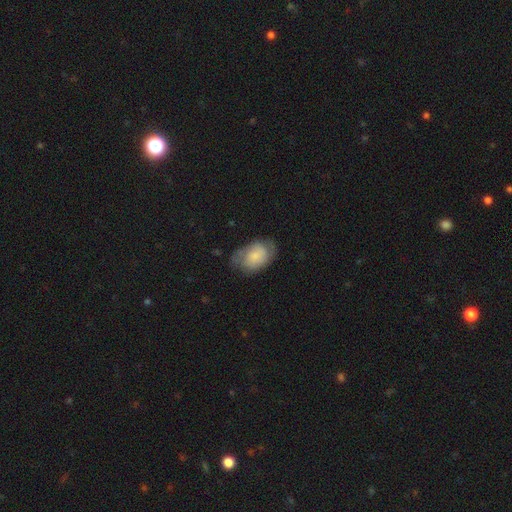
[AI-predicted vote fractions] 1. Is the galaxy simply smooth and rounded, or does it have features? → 67% smooth, 26% featured or disk, 7% star or artifact.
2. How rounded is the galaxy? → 86% in between, 12% round, 1% cigar-shaped.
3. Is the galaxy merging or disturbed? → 56% none, 30% minor disturbance, 12% major disturbance, 2% merger.